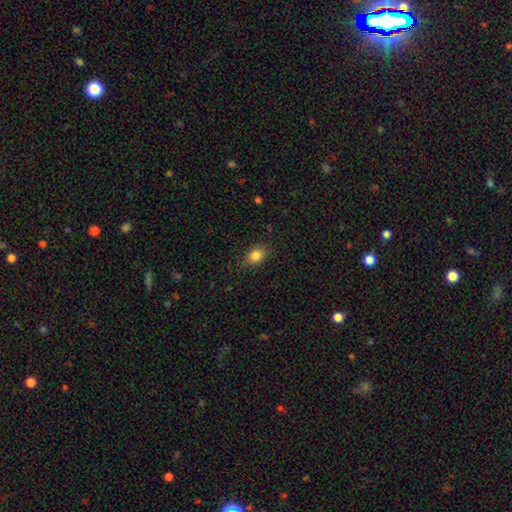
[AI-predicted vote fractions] smooth_or_featured: smooth (p=0.84) [alt: star or artifact p=0.10]
how_rounded: in between (p=0.72) [alt: round p=0.27]
merging: none (p=0.82) [alt: minor disturbance p=0.14]